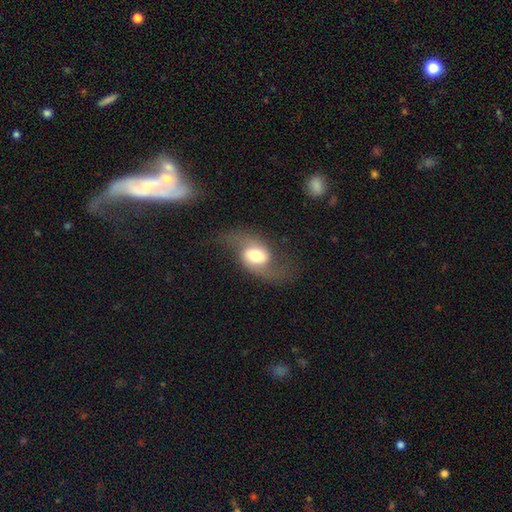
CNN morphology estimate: type=featured or disk (71%); edge-on=no (95%); bar=no (41%); spiral arms=yes (90%); winding=loose (76%); arm count=2 (92%); bulge=moderate (52%); merging=none (66%).